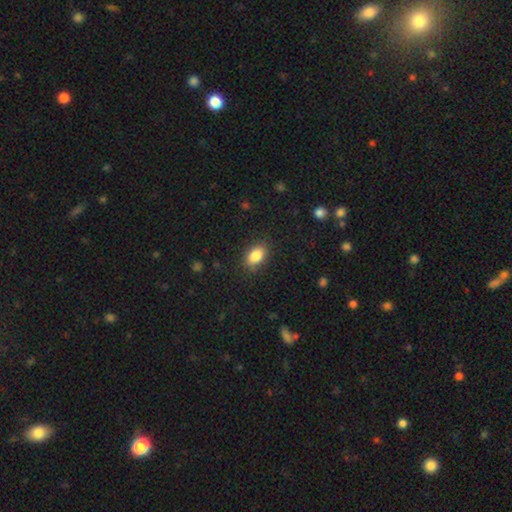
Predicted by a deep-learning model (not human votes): A smooth galaxy with no disk features (86%) that is in between round and cigar-shaped (87%).

Vote fractions:
- Smooth or featured? smooth: 86% / star or artifact: 8% / featured or disk: 6%
- How rounded? in between: 87% / round: 11% / cigar-shaped: 2%
- Merging? none: 84% / minor disturbance: 11% / major disturbance: 3% / merger: 1%